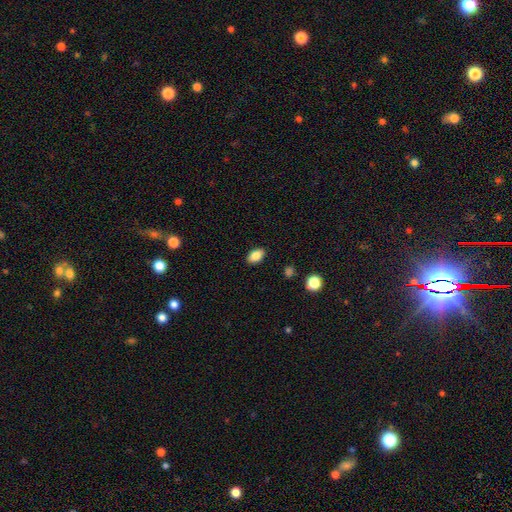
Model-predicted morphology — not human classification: smooth_or_featured: smooth (p=0.85) [alt: star or artifact p=0.08]
how_rounded: in between (p=0.89) [alt: round p=0.10]
merging: none (p=0.88) [alt: minor disturbance p=0.09]